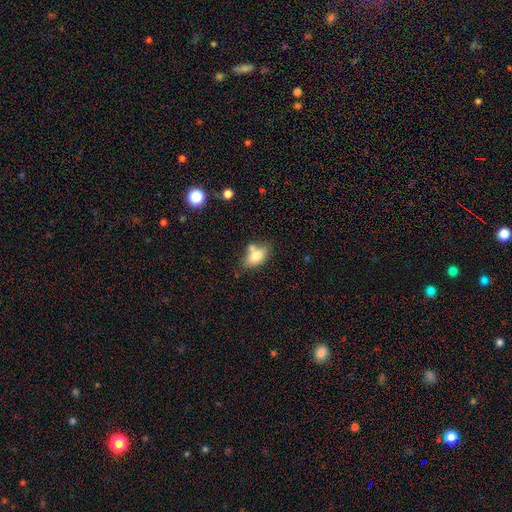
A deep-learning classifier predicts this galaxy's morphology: A smooth galaxy with no disk features (76%) that is in between round and cigar-shaped (87%). Merging: none (56%).